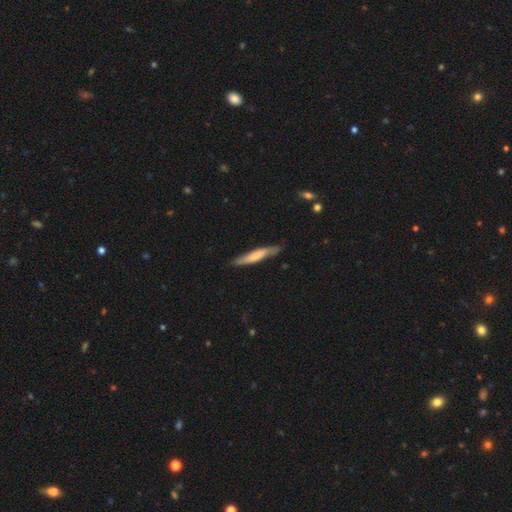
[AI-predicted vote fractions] Overall: smooth (61%; featured or disk 34%). How rounded: cigar-shaped (92%). Merging: none (79%).